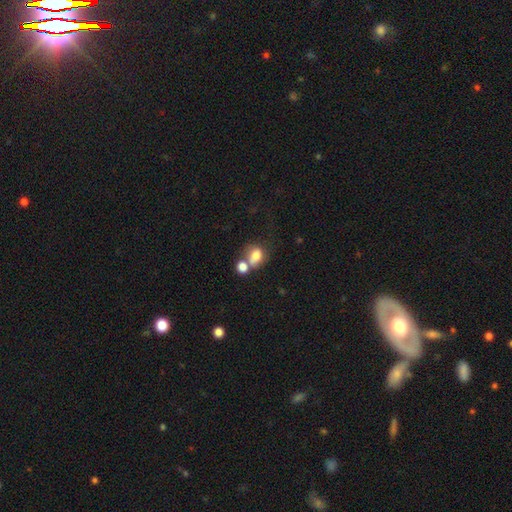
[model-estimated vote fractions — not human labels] Smooth or featured: smooth — 76% (featured or disk — 13%)
How rounded: in between — 55% (round — 43%)
Merging: merger — 49% (none — 32%)